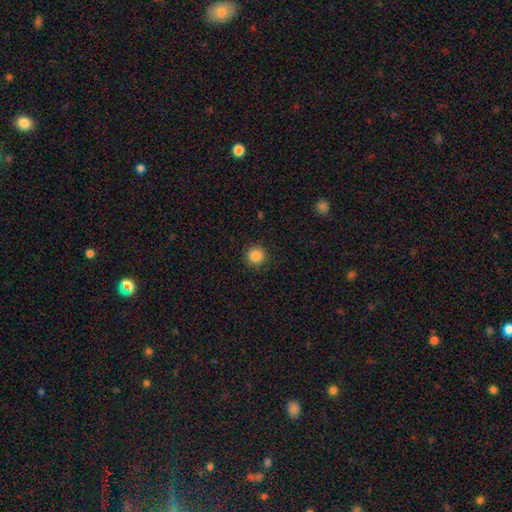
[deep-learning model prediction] Smooth or featured: smooth — 87% (star or artifact — 10%)
How rounded: round — 95% (in between — 5%)
Merging: none — 91% (minor disturbance — 6%)